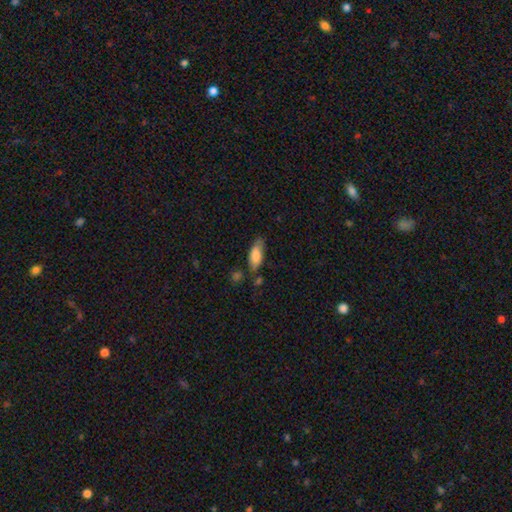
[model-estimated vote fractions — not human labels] A smooth galaxy with no disk features (82%) that is in between round and cigar-shaped (74%). Merging: none (63%).